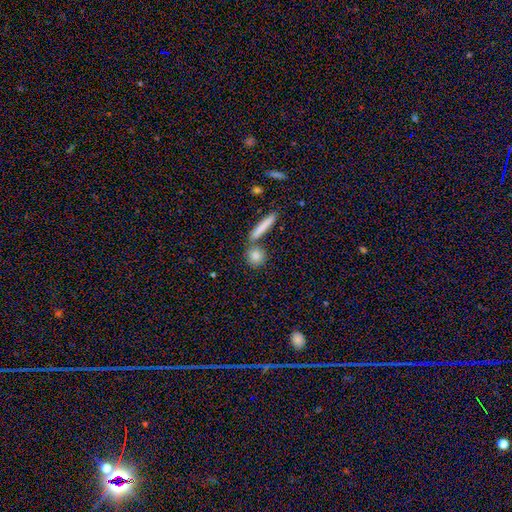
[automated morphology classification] A smooth galaxy with no disk features (82%) that is round (72%).

Vote fractions:
- Smooth or featured? smooth: 82% / featured or disk: 10% / star or artifact: 9%
- How rounded? round: 72% / in between: 15% / cigar-shaped: 13%
- Merging? none: 70% / merger: 18% / minor disturbance: 9% / major disturbance: 3%